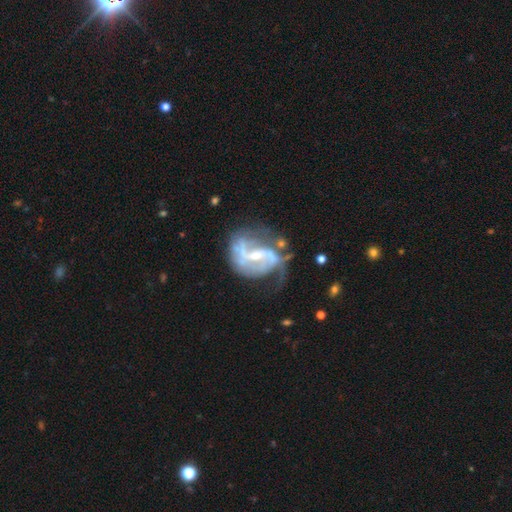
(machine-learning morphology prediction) A featured or disk galaxy (87%) with a weak bar (47%), 2 (71%) loose (44%) spiral arms (92%) and a small central bulge (60%).

Vote fractions:
- Smooth or featured? featured or disk: 87% / smooth: 7% / star or artifact: 7%
- Edge-on disk? no: 97% / yes: 3%
- Bar? weak: 47% / strong: 34% / no: 19%
- Spiral arms? yes: 92% / no: 8%
- Spiral winding? loose: 44% / medium: 41% / tight: 16%
- Spiral arm count? 2: 71% / can't tell: 12% / 3: 7% / 1: 6% / 4: 2% / more than 4: 2%
- Bulge size? small: 60% / moderate: 33% / none: 4% / large: 2% / dominant: 1%
- Merging? none: 41% / major disturbance: 28% / minor disturbance: 25% / merger: 6%